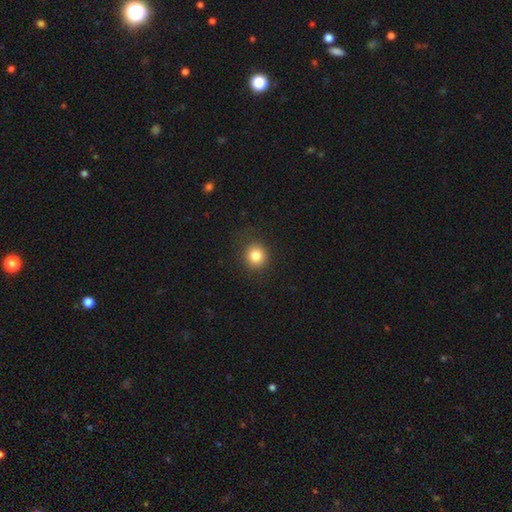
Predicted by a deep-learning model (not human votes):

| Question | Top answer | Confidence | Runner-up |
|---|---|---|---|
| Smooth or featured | smooth | 83% | star or artifact (11%) |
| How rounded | round | 88% | in between (11%) |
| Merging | none | 87% | minor disturbance (9%) |